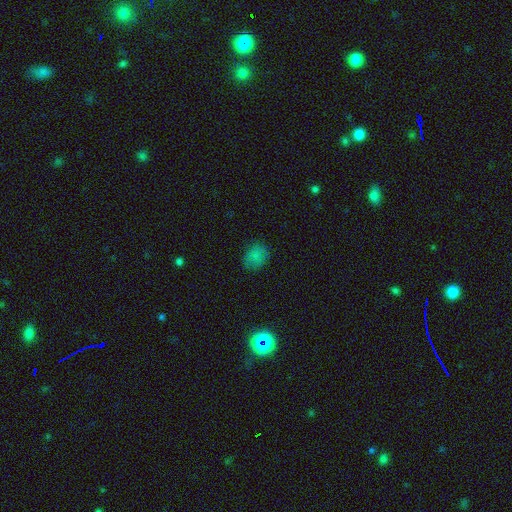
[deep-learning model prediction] Smooth or featured? Predicted: smooth (p=0.79). How rounded? Predicted: in between (p=0.53). Merging? Predicted: none (p=0.78).